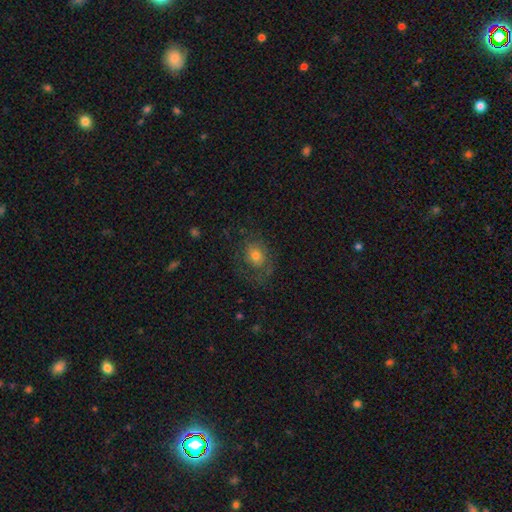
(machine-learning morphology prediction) smooth_or_featured: smooth (p=0.59) [alt: featured or disk p=0.30]
how_rounded: round (p=0.52) [alt: in between p=0.47]
merging: none (p=0.57) [alt: minor disturbance p=0.21]